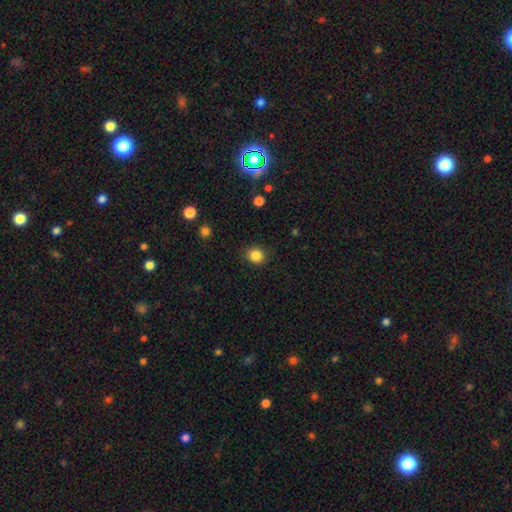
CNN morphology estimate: Smooth or featured? smooth (85%)
How rounded? round (82%)
Merging? none (88%)